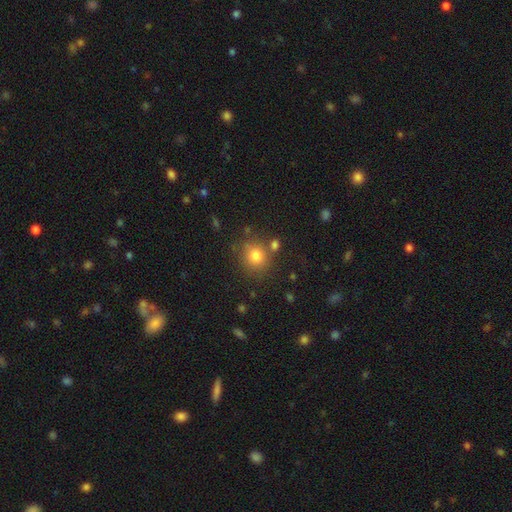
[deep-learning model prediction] Q: Smooth or featured?
A: smooth (79%); runner-up: star or artifact (13%)
Q: How rounded?
A: round (83%); runner-up: in between (16%)
Q: Merging?
A: none (74%); runner-up: minor disturbance (12%)